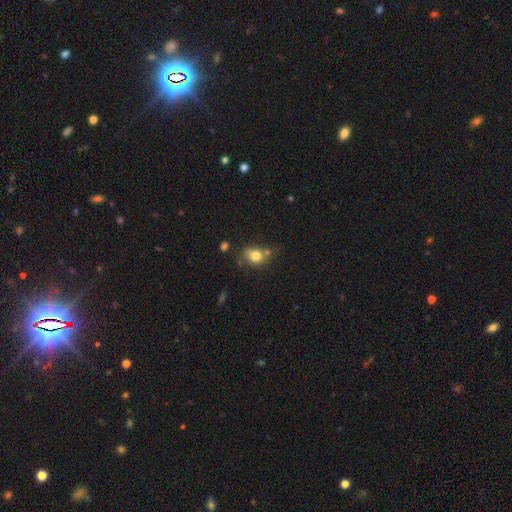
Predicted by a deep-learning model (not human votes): Morphology: type=smooth (78%); roundness=round (50%); merging=none (54%).